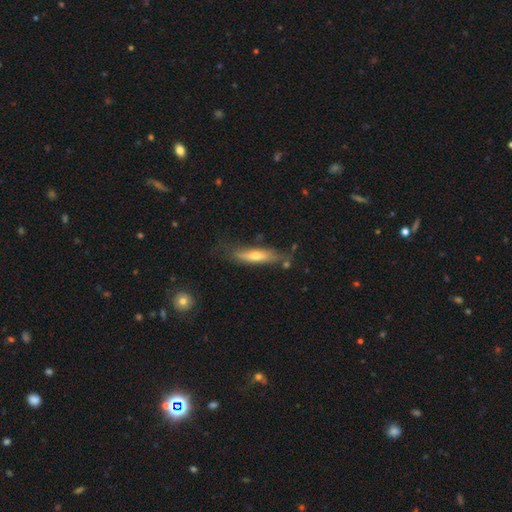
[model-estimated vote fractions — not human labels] Overall: smooth (49%; featured or disk 44%). Merging: none (66%).